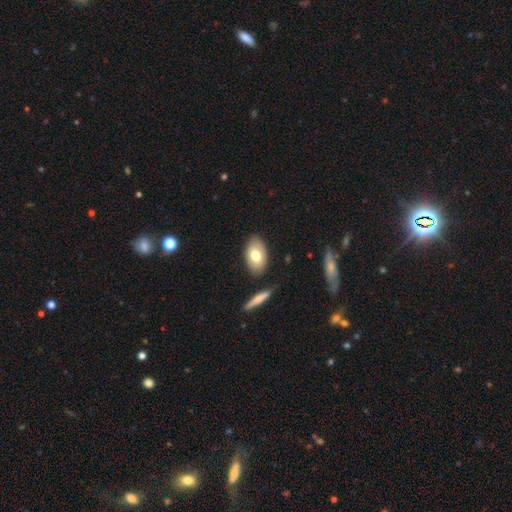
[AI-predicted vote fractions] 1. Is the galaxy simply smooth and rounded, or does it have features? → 73% smooth, 21% featured or disk, 7% star or artifact.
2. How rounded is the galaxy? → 92% in between, 6% round, 2% cigar-shaped.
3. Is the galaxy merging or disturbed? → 82% none, 11% minor disturbance, 4% merger, 3% major disturbance.